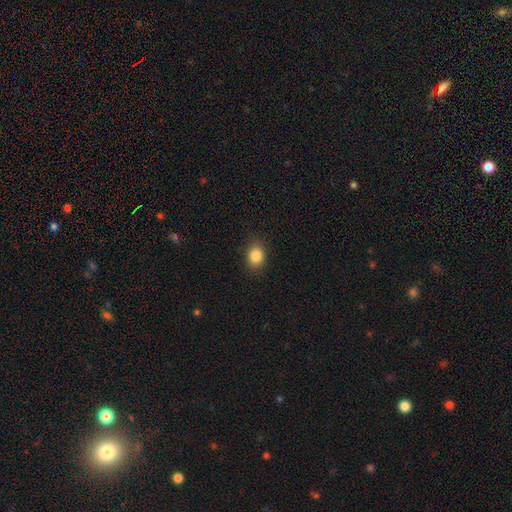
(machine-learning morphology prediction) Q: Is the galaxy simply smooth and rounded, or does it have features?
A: smooth — 85%.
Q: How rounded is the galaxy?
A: in between — 58%.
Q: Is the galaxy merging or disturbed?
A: none — 87%.